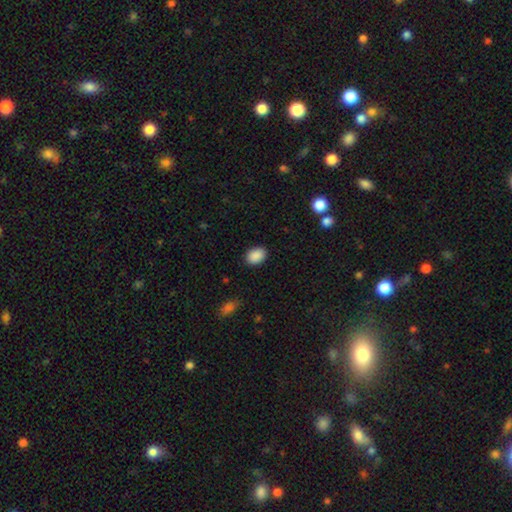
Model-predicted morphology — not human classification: This appears to be a smooth galaxy with no disk features (89%) that is in between round and cigar-shaped (72%). Merging: none (88%).